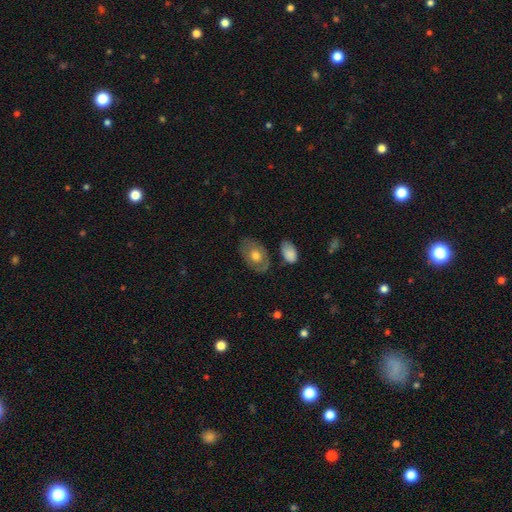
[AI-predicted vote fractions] The model was most divided on "smooth or featured": smooth: 58%, featured or disk: 36%, star or artifact: 6%. More confident: how rounded — in between (82%); merging — none (69%).